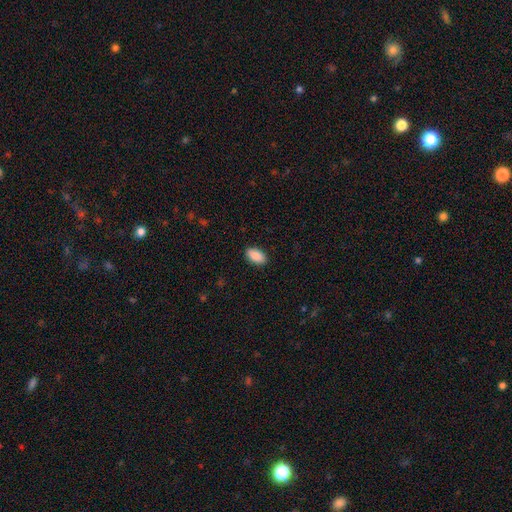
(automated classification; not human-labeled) smooth 89%, star or artifact 7%, featured or disk 4%. Down the decision tree: how rounded — in between (94%); merging — none (89%).